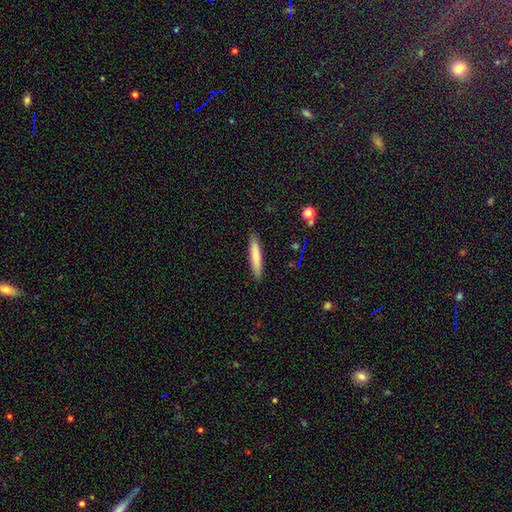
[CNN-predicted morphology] This appears to be a smooth galaxy with no disk features (78%) that is cigar-shaped (90%). Merging: none (89%).